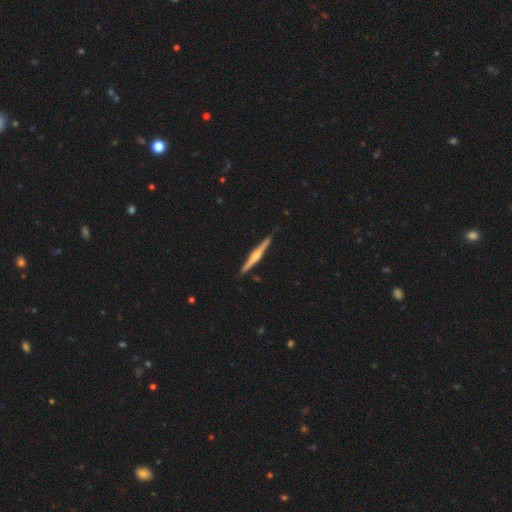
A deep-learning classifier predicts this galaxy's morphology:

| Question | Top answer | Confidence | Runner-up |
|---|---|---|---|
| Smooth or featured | featured or disk | 76% | smooth (20%) |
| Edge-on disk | yes | 98% | no (2%) |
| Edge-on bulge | rounded | 83% | boxy (9%) |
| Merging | none | 90% | minor disturbance (8%) |